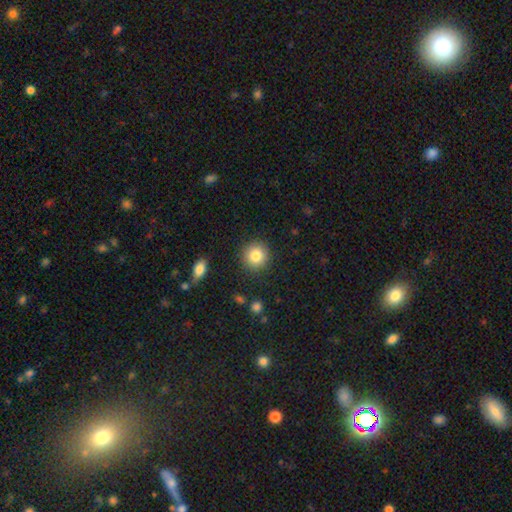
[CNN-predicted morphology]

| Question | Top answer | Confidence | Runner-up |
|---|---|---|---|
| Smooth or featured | smooth | 83% | star or artifact (10%) |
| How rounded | round | 92% | in between (7%) |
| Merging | none | 90% | minor disturbance (7%) |